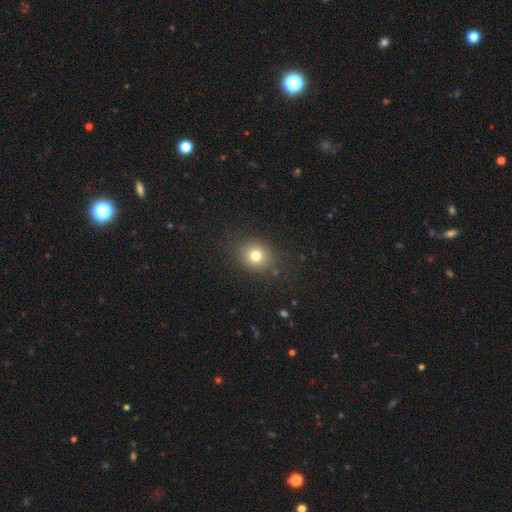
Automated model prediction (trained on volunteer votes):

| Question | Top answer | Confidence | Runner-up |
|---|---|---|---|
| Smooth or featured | smooth | 77% | star or artifact (14%) |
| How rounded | round | 79% | in between (20%) |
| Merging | none | 87% | minor disturbance (8%) |